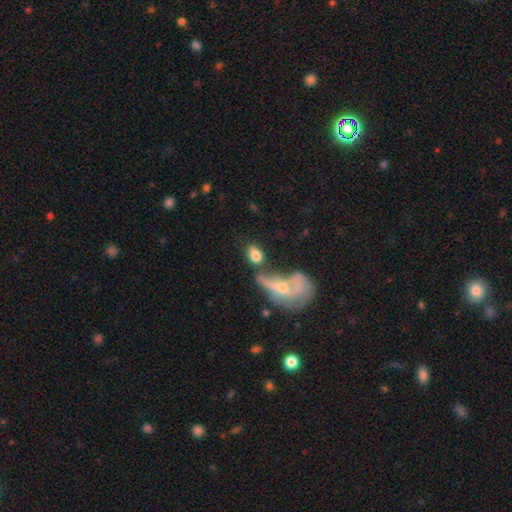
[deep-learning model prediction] Q: Smooth or featured?
A: smooth (76%); runner-up: featured or disk (16%)
Q: How rounded?
A: in between (86%); runner-up: round (11%)
Q: Merging?
A: none (40%); runner-up: merger (33%)